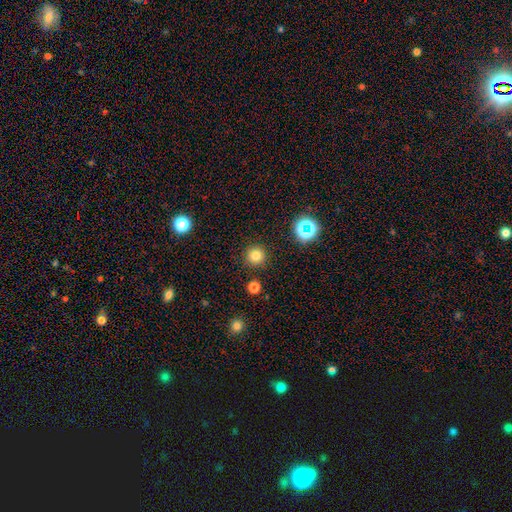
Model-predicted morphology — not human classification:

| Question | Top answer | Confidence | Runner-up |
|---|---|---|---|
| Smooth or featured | smooth | 79% | star or artifact (16%) |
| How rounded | round | 95% | in between (4%) |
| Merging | none | 91% | minor disturbance (5%) |